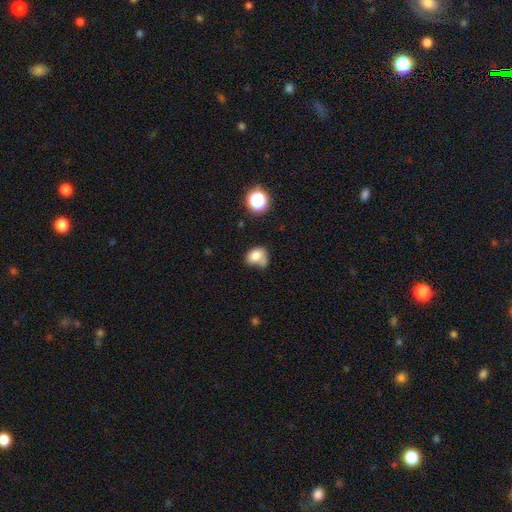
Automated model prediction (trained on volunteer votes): Overall: smooth (77%). How rounded: in between (51%; round 48%). Merging: none (38%; minor disturbance 30%).